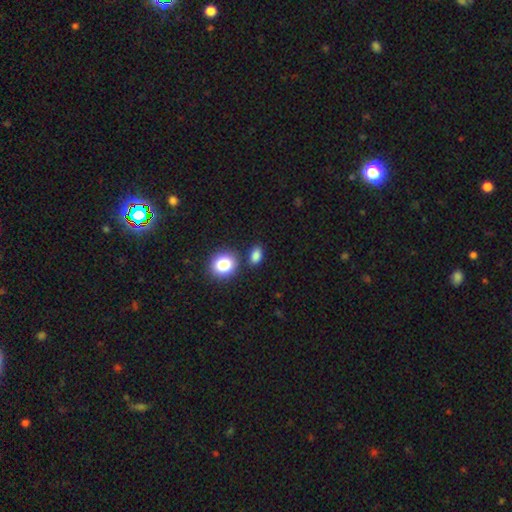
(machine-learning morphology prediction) smooth 84%, star or artifact 11%, featured or disk 5%. Down the decision tree: how rounded — in between (70%); merging — none (72%).